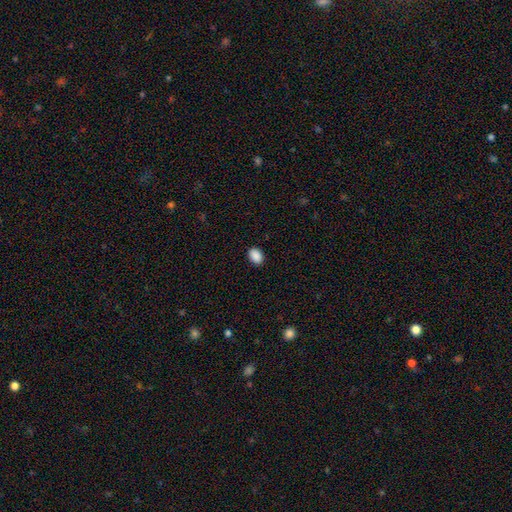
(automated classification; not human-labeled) Smooth or featured: smooth — 90% (star or artifact — 8%)
How rounded: in between — 74% (round — 25%)
Merging: none — 90% (minor disturbance — 8%)